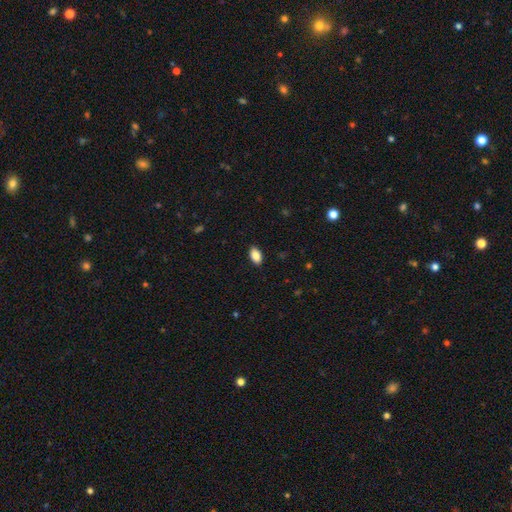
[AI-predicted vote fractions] Smooth or featured? smooth (88%)
How rounded? in between (92%)
Merging? none (89%)